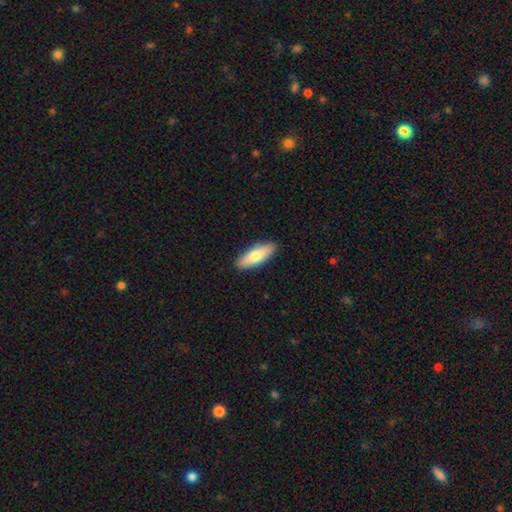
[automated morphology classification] smooth_or_featured: smooth (p=0.72) [alt: featured or disk p=0.23]
how_rounded: in between (p=0.61) [alt: cigar-shaped p=0.36]
merging: none (p=0.89) [alt: minor disturbance p=0.08]